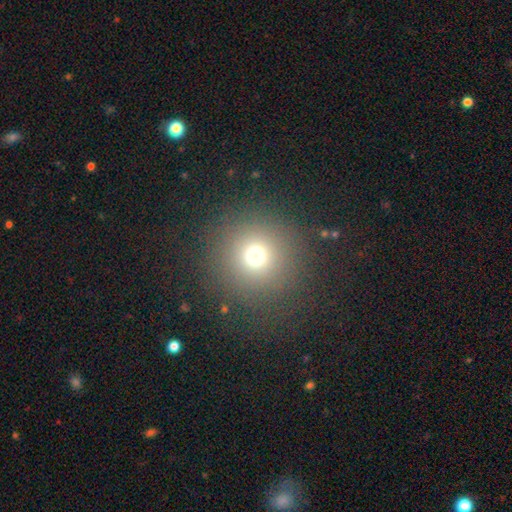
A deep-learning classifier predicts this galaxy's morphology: The model was most divided on "smooth or featured": smooth: 71%, star or artifact: 21%, featured or disk: 9%. More confident: how rounded — round (95%); merging — none (87%).